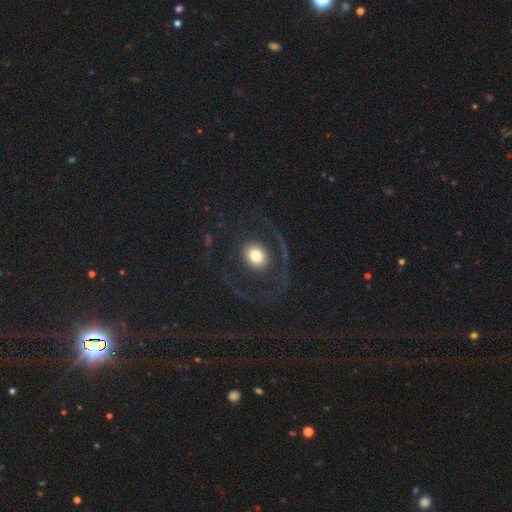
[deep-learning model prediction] Morphology: type=smooth (48%); merging=none (64%).